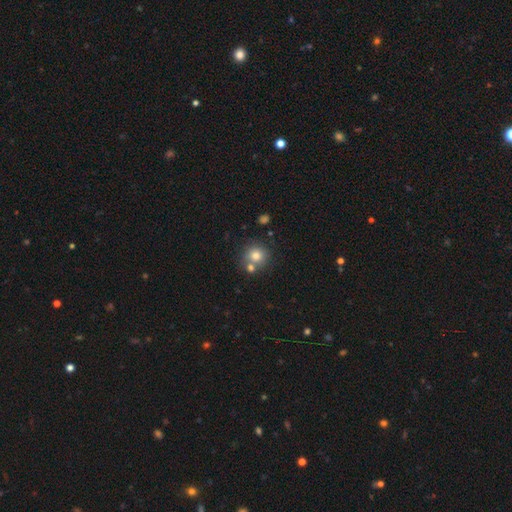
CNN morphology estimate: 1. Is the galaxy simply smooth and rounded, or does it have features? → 78% smooth, 11% star or artifact, 11% featured or disk.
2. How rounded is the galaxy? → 88% round, 11% in between, 1% cigar-shaped.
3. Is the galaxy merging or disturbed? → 62% none, 25% merger, 10% minor disturbance, 3% major disturbance.